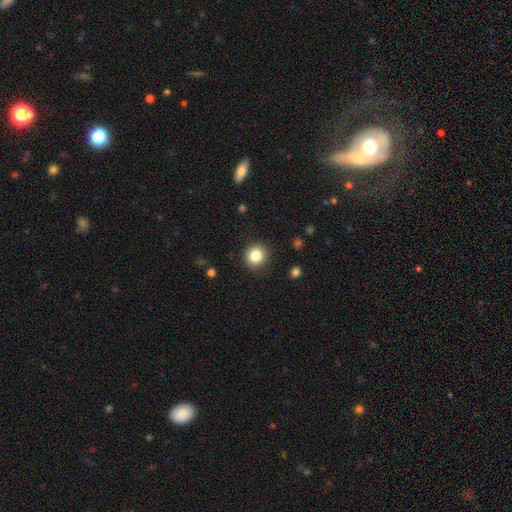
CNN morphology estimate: A smooth galaxy with no disk features (84%) that is round (92%). Merging: none (90%).